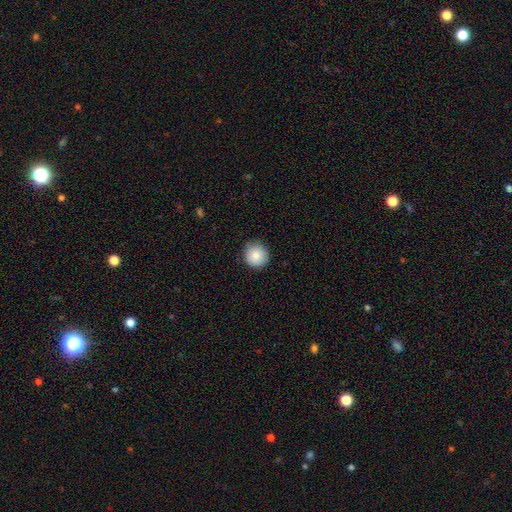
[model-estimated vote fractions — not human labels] Smooth or featured: smooth — 85% (star or artifact — 8%)
How rounded: round — 93% (in between — 6%)
Merging: none — 86% (minor disturbance — 11%)